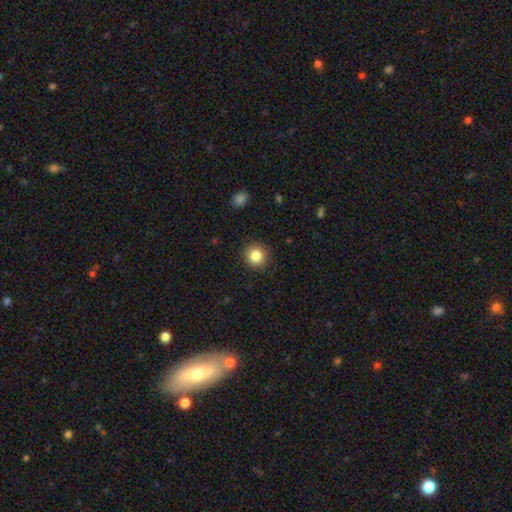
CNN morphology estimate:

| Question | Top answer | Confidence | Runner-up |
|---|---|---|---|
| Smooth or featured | smooth | 85% | star or artifact (10%) |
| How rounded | round | 93% | in between (6%) |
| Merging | none | 91% | minor disturbance (6%) |